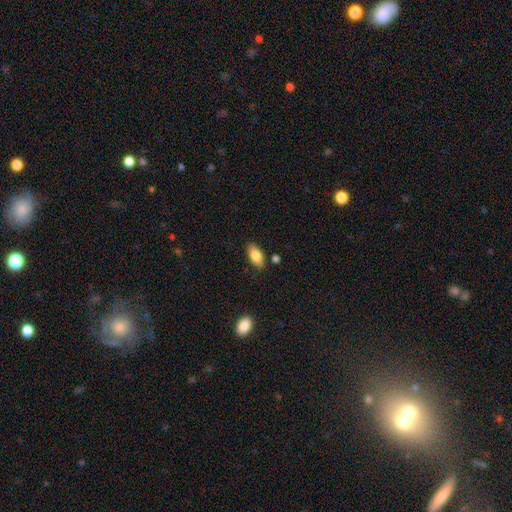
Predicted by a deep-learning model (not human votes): This appears to be a smooth galaxy with no disk features (82%) that is in between round and cigar-shaped (90%). Merging: none (83%).